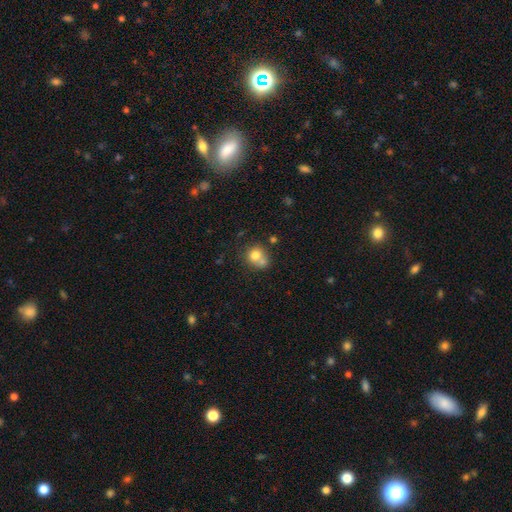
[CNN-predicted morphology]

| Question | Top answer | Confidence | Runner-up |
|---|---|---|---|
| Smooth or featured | smooth | 76% | featured or disk (13%) |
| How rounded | round | 78% | in between (22%) |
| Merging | none | 42% | merger (40%) |